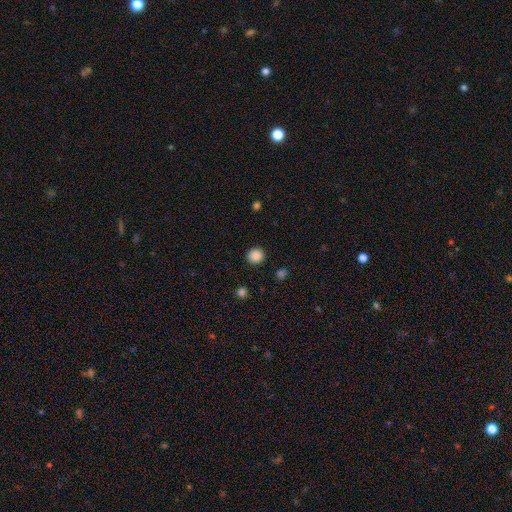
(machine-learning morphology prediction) smooth_or_featured: smooth (p=0.87) [alt: star or artifact p=0.10]
how_rounded: round (p=0.92) [alt: in between p=0.07]
merging: none (p=0.92) [alt: minor disturbance p=0.05]